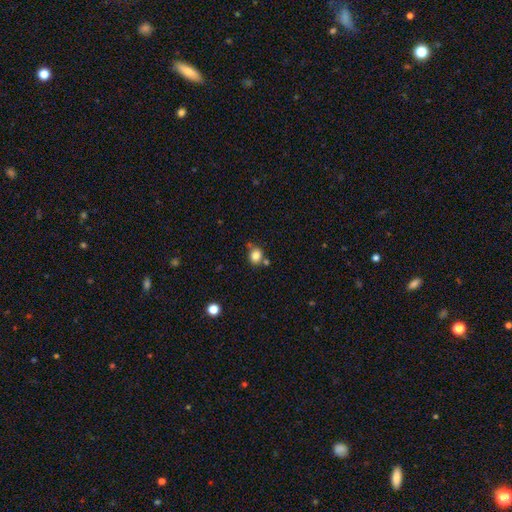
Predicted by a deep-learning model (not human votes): This is clearly a smooth galaxy (82%). How rounded: likely round (64%). Merging: likely none (62%).